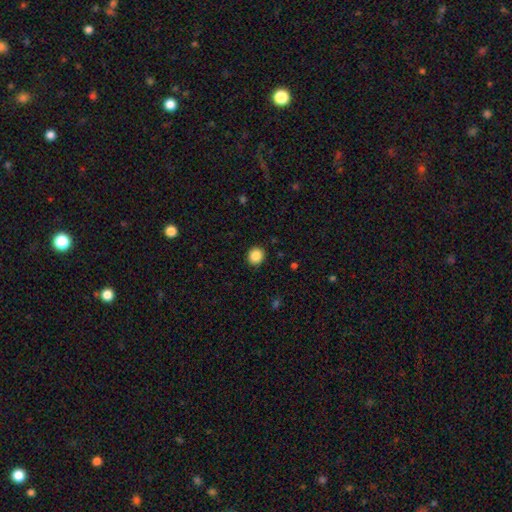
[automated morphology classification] smooth-or-featured: smooth: 87% | star or artifact: 10% | featured or disk: 4%
  how-rounded: round: 88% | in between: 11% | cigar-shaped: 1%
  merging: none: 91% | minor disturbance: 6% | major disturbance: 2% | merger: 1%